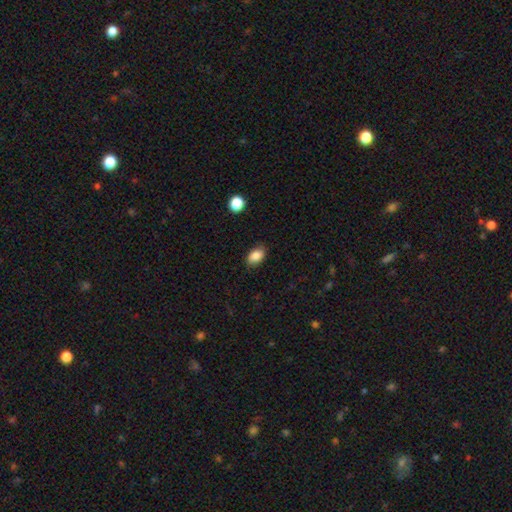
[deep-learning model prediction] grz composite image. It shows a smooth galaxy with no disk features (86%) that is in between round and cigar-shaped (87%). Merging: none (84%).